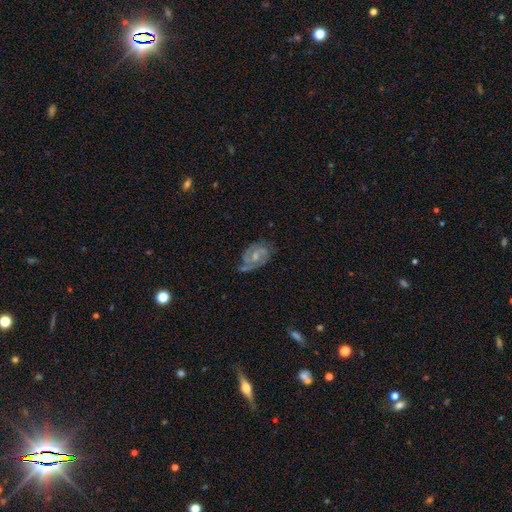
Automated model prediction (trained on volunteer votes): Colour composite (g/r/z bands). It shows a featured or disk galaxy (80%) with no bar (47%), 2 (75%) medium (46%) spiral arms (94%) and a small central bulge (45%, tied with moderate). Merging: none (59%).